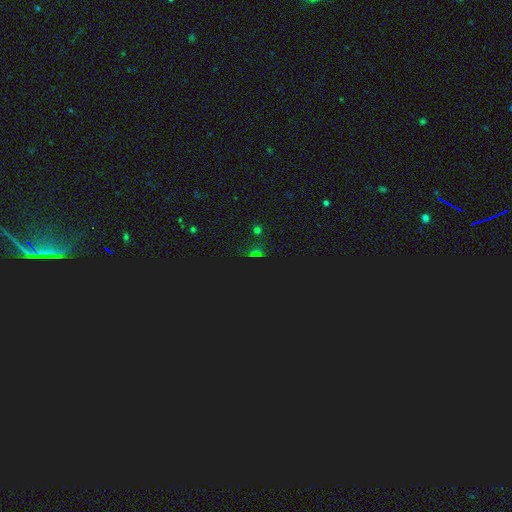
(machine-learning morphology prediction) Overall: star or artifact (72%).